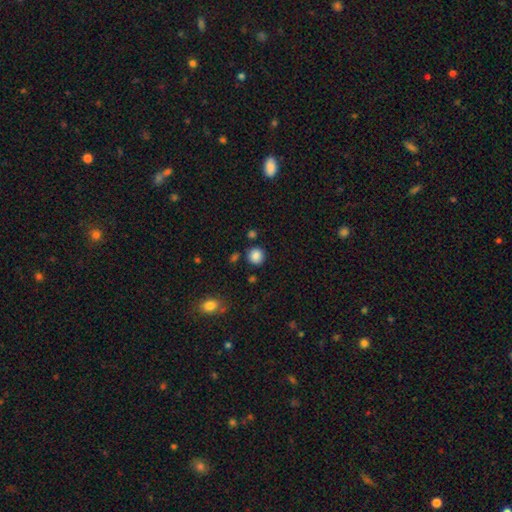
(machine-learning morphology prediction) A smooth galaxy with no disk features (86%) that is round (88%). Merging: none (84%).